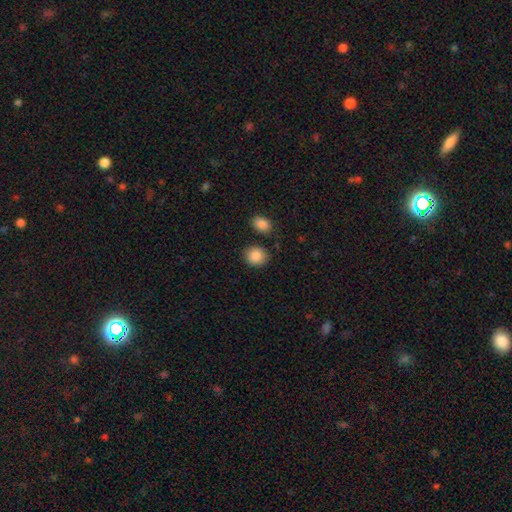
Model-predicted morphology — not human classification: type=smooth (87%); roundness=round (75%); merging=none (84%).